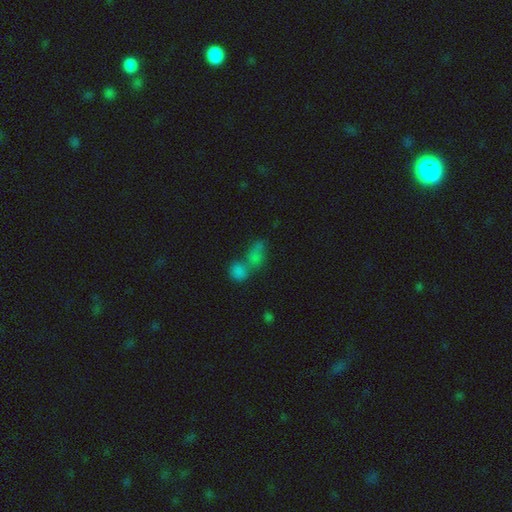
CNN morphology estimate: smooth 71%, star or artifact 17%, featured or disk 12%. Down the decision tree: how rounded — in between (69%); merging — merger (63%).